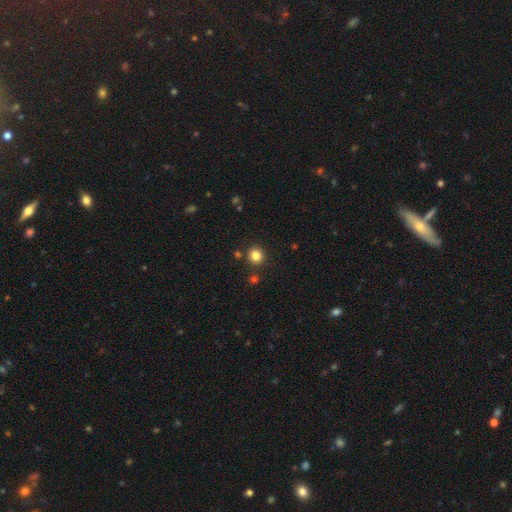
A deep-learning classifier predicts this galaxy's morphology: A smooth galaxy with no disk features (82%) that is round (89%). Merging: none (87%).